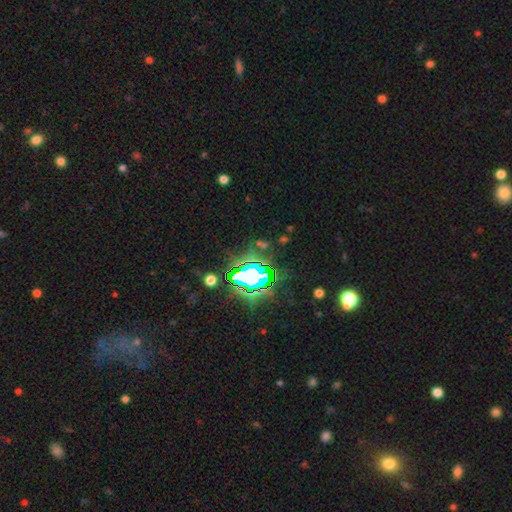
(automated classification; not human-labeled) The model was most divided on "smooth or featured": star or artifact: 81%, smooth: 11%, featured or disk: 7%.